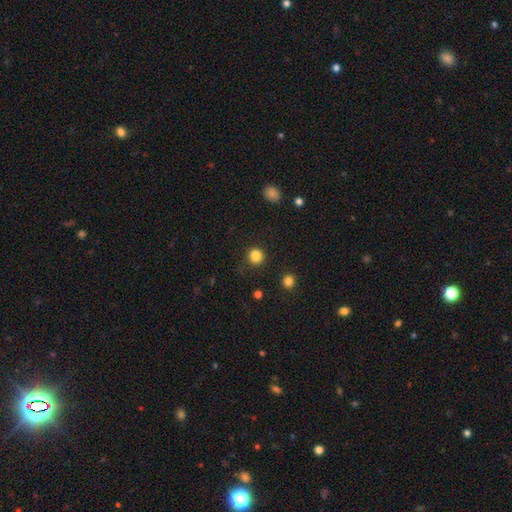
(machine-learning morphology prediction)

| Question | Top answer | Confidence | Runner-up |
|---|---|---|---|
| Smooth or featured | smooth | 85% | star or artifact (12%) |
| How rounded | round | 92% | in between (7%) |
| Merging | none | 89% | minor disturbance (7%) |